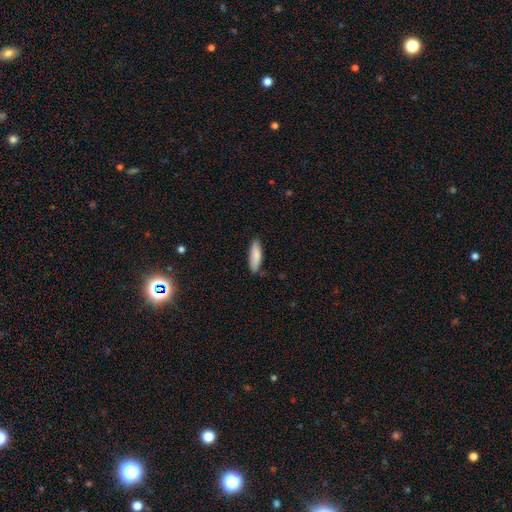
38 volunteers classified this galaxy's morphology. This is clearly a smooth galaxy (84%). How rounded: possibly in between (53%). Merging: clearly none (80%).